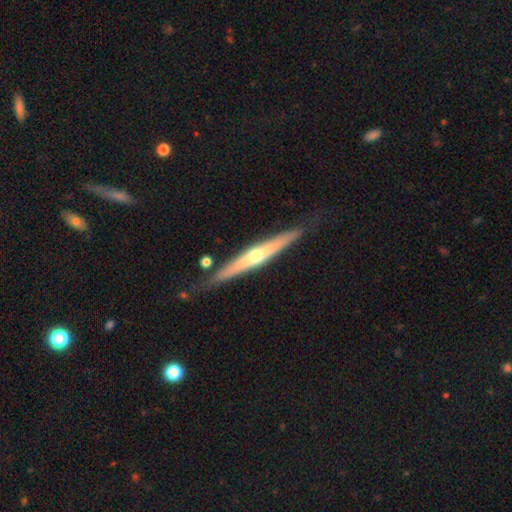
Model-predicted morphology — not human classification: A featured or disk galaxy (64%) viewed edge-on (94%) with a rounded central bulge (83%).

Vote fractions:
- Smooth or featured? featured or disk: 64% / smooth: 30% / star or artifact: 5%
- Edge-on disk? yes: 94% / no: 6%
- Edge-on bulge? rounded: 83% / none: 14% / boxy: 3%
- Merging? none: 82% / minor disturbance: 13% / major disturbance: 3% / merger: 3%